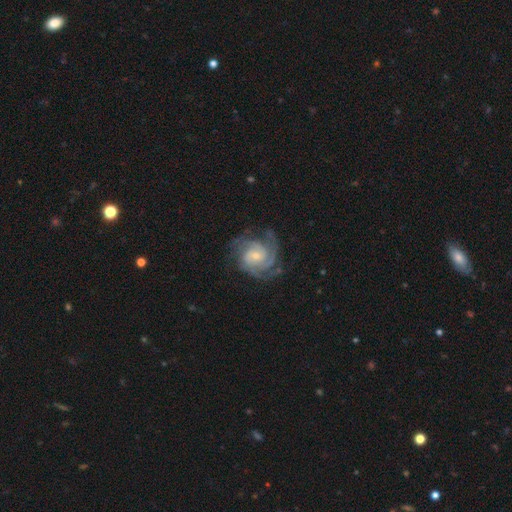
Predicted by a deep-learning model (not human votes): A featured or disk galaxy (88%) with no bar (61%), 3 (38%) tight (56%) spiral arms (97%) and a small central bulge (66%). Merging: none (71%).